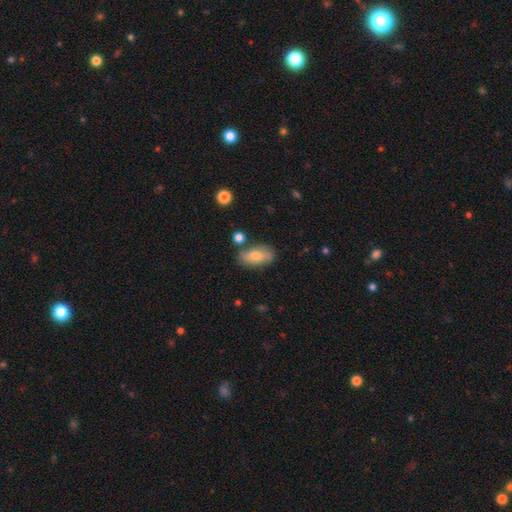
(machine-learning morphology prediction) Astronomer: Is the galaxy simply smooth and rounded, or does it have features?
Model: smooth — 67%.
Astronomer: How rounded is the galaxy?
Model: in between — 87%.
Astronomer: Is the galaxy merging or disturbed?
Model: none — 75%.